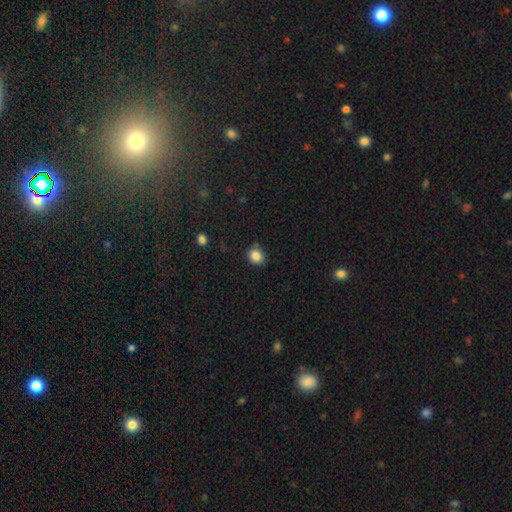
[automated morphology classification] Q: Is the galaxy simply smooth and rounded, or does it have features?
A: smooth — 86%.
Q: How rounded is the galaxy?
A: round — 72%.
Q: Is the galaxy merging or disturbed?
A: none — 83%.